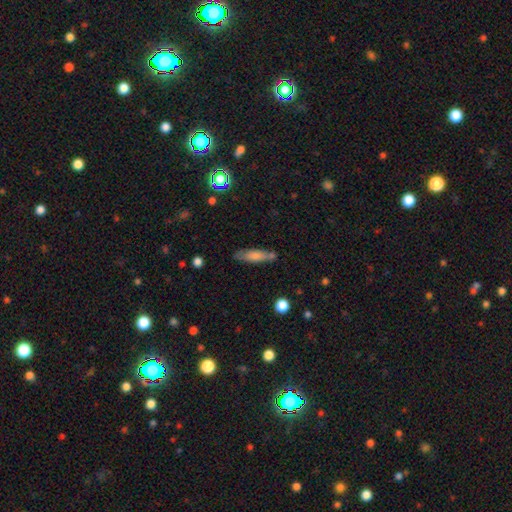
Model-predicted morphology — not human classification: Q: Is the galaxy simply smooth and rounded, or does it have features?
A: smooth — 72%.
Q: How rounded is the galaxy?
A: cigar-shaped — 69%.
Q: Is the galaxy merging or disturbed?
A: none — 67%.